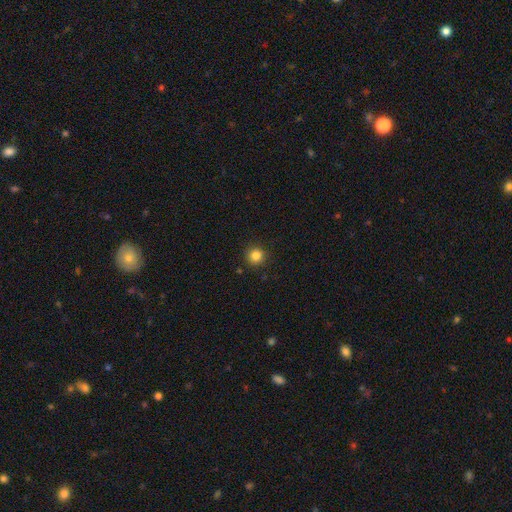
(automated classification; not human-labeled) Overall: smooth (84%). How rounded: round (94%). Merging: none (91%).